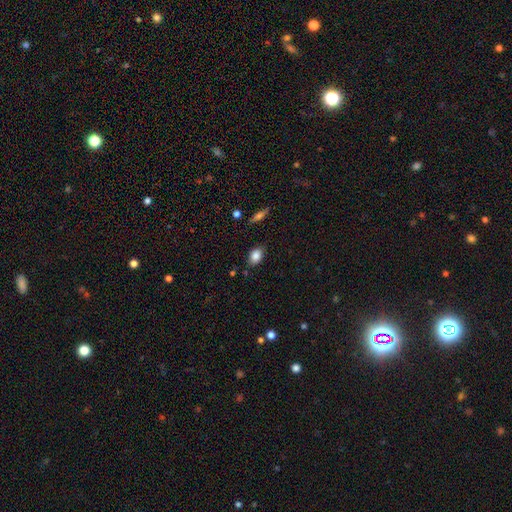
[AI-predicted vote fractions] A smooth galaxy with no disk features (85%) that is in between round and cigar-shaped (81%).

Vote fractions:
- Smooth or featured? smooth: 85% / star or artifact: 9% / featured or disk: 6%
- How rounded? in between: 81% / round: 17% / cigar-shaped: 2%
- Merging? none: 82% / minor disturbance: 13% / major disturbance: 3% / merger: 2%